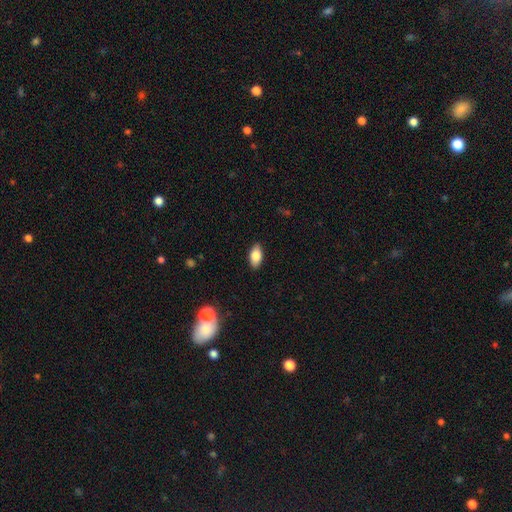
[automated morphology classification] The model was most divided on "smooth or featured": smooth: 82%, featured or disk: 11%, star or artifact: 7%. More confident: how rounded — in between (91%); merging — none (88%).